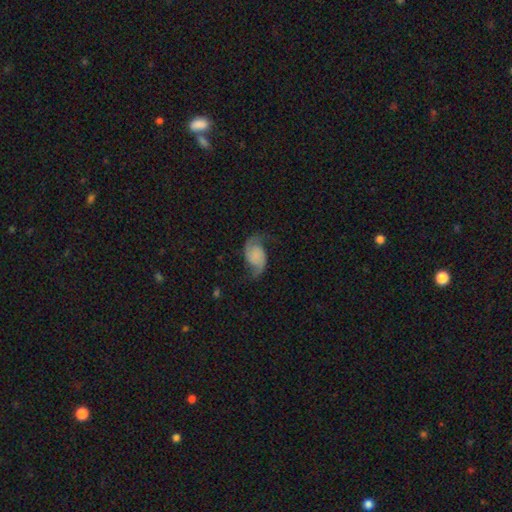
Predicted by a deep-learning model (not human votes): A featured or disk galaxy (77%) with no bar (70%), 2 (93%) loose (61%) spiral arms (96%) and no central bulge (59%).

Vote fractions:
- Smooth or featured? featured or disk: 77% / smooth: 15% / star or artifact: 7%
- Edge-on disk? no: 98% / yes: 2%
- Bar? no: 70% / weak: 24% / strong: 6%
- Spiral arms? yes: 96% / no: 4%
- Spiral winding? loose: 61% / medium: 30% / tight: 9%
- Spiral arm count? 2: 93% / can't tell: 2% / 1: 2% / 3: 1% / 4: 1% / more than 4: 1%
- Bulge size? none: 59% / small: 16% / large: 10% / moderate: 8% / dominant: 7%
- Merging? none: 67% / minor disturbance: 19% / major disturbance: 11% / merger: 2%